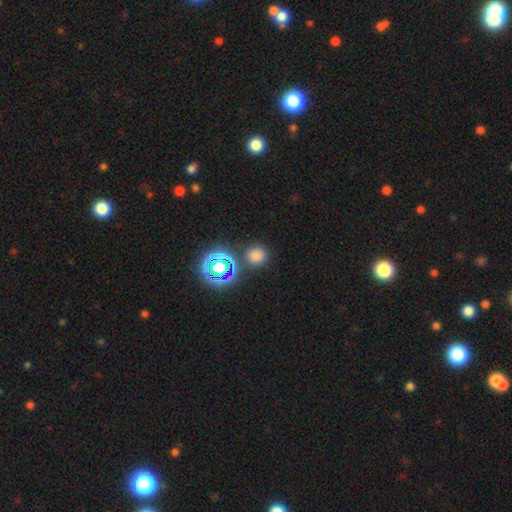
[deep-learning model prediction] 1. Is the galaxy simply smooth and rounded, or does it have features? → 69% smooth, 25% star or artifact, 6% featured or disk.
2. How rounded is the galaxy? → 90% round, 9% in between, 1% cigar-shaped.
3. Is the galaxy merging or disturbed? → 83% none, 8% minor disturbance, 6% merger, 3% major disturbance.